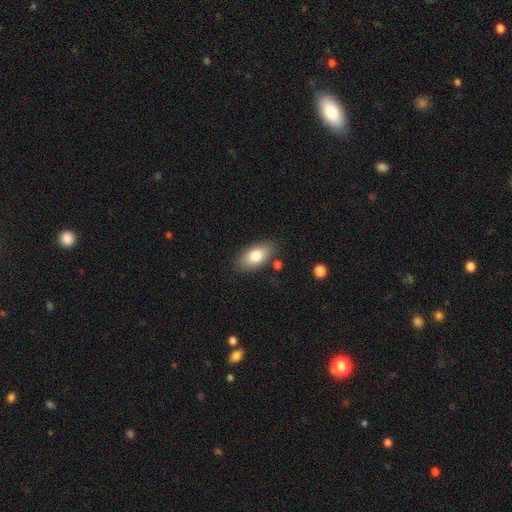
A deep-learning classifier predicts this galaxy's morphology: type=smooth (79%); roundness=in between (91%); merging=none (81%).